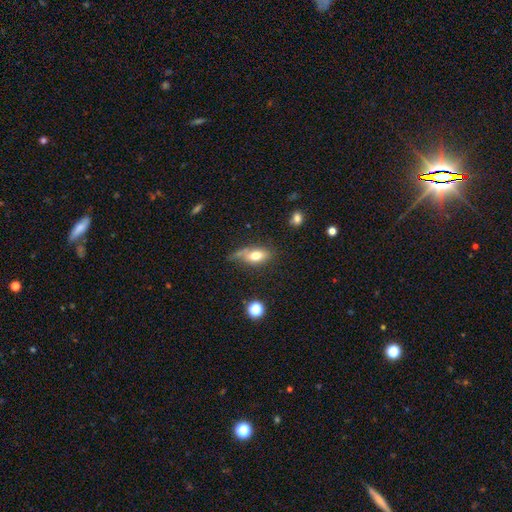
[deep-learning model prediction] smooth_or_featured: smooth (p=0.70) [alt: featured or disk p=0.21]
how_rounded: in between (p=0.82) [alt: cigar-shaped p=0.10]
merging: none (p=0.40) [alt: minor disturbance p=0.33]